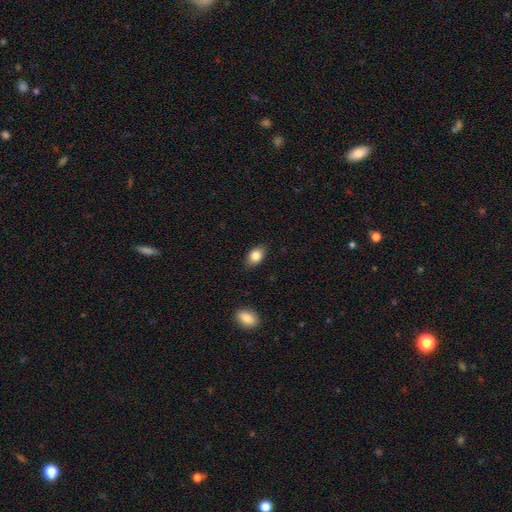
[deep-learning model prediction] Morphology: type=smooth (84%); roundness=in between (85%); merging=none (85%).